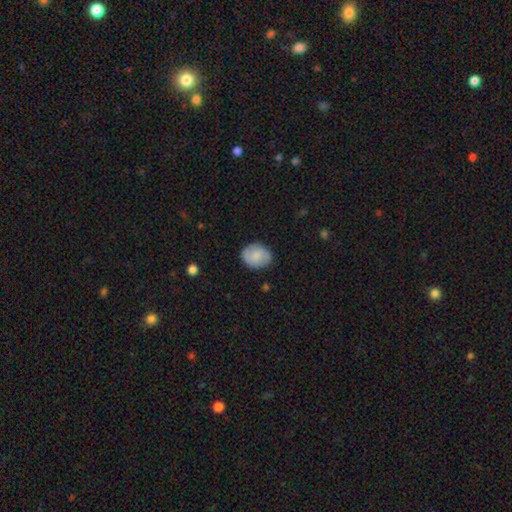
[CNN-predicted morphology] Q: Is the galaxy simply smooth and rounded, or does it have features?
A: smooth — 63%.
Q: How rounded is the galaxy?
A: round — 50%.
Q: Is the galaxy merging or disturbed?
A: none — 83%.